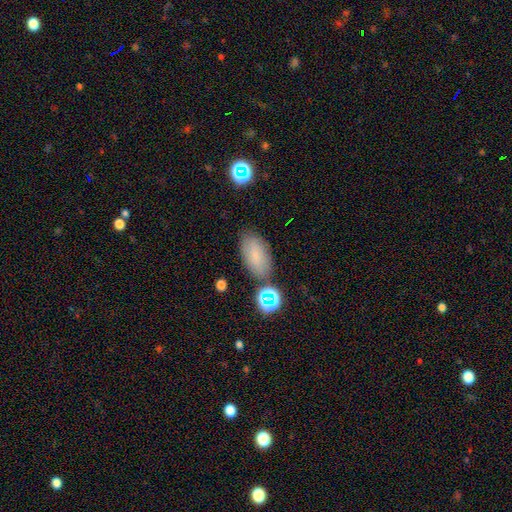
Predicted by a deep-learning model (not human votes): Smooth or featured? smooth (73%)
How rounded? in between (92%)
Merging? none (78%)